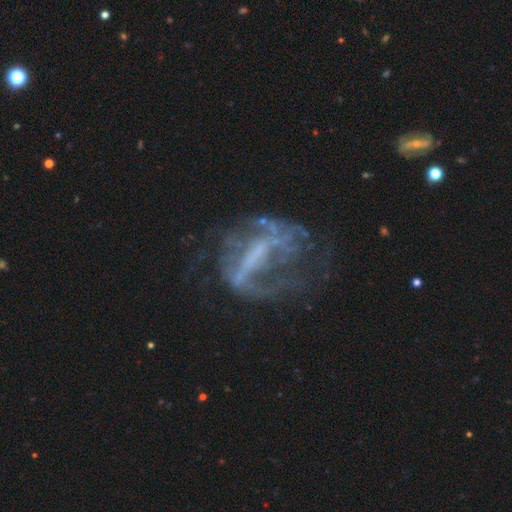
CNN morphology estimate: Overall: featured or disk (74%). Edge-on disk: no (95%). Bar: strong (39%; no 31%). Spiral arms: no (51%; yes 49%). Bulge size: none (57%; small 25%). Merging: major disturbance (41%; none 37%).